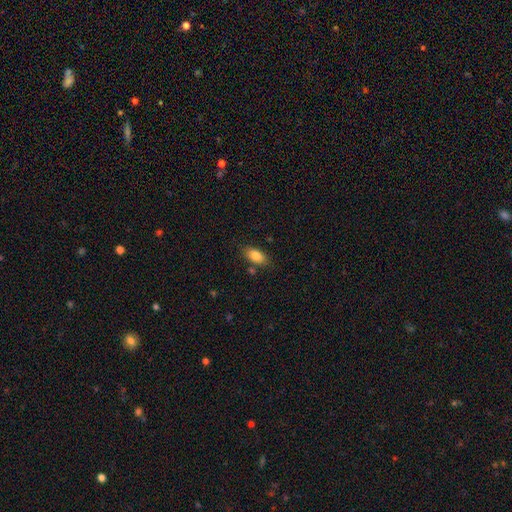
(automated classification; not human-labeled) smooth 82%, featured or disk 10%, star or artifact 8%. Down the decision tree: how rounded — in between (89%); merging — none (79%).